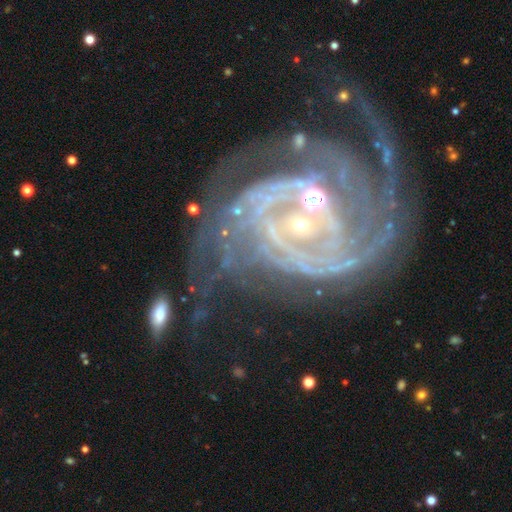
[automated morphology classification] This appears to be a featured or disk galaxy (90%) with no bar (58%), 2 (26%) tight (62%) spiral arms (97%) and a small central bulge (69%). Merging: none (47%).